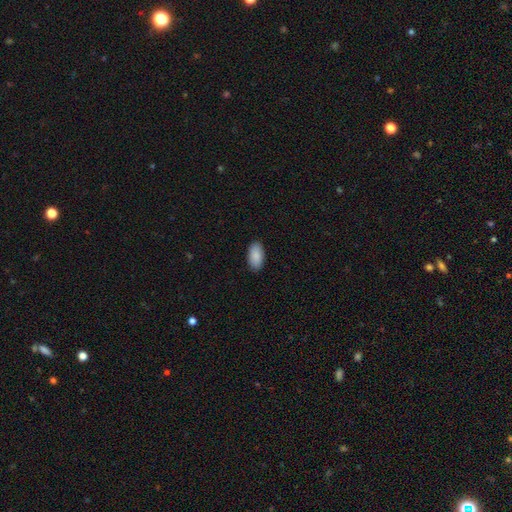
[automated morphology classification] Smooth or featured?
  - smooth: 89% *
  - star or artifact: 6%
  - featured or disk: 5%
How rounded?
  - in between: 95% *
  - cigar-shaped: 3%
  - round: 2%
Merging?
  - none: 90% *
  - minor disturbance: 8%
  - major disturbance: 2%
  - merger: 1%